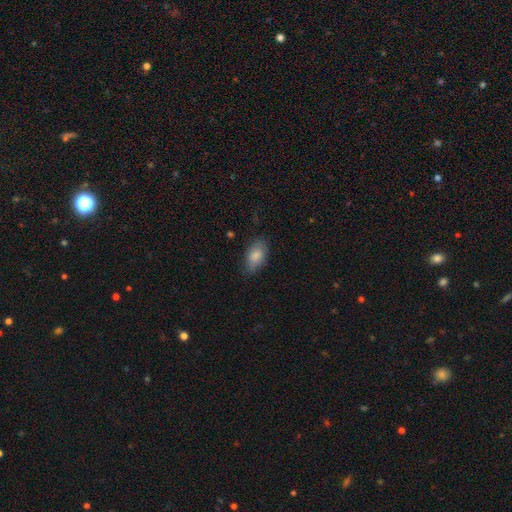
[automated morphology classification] This appears to be a smooth galaxy with no disk features (83%) that is in between round and cigar-shaped (92%). Merging: none (71%).